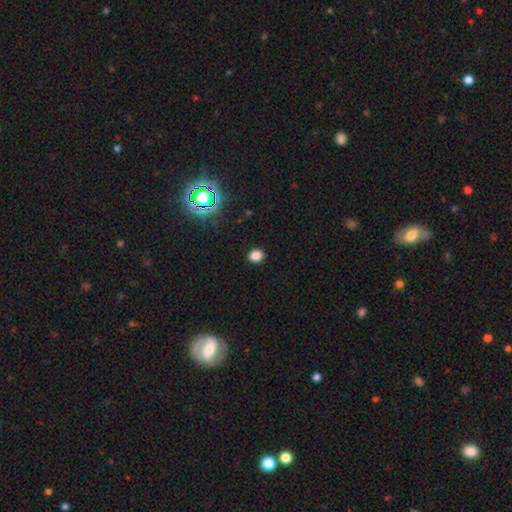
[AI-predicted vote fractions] A smooth galaxy with no disk features (83%) that is round (60%).

Vote fractions:
- Smooth or featured? smooth: 83% / star or artifact: 14% / featured or disk: 3%
- How rounded? round: 60% / in between: 39% / cigar-shaped: 1%
- Merging? none: 90% / minor disturbance: 7% / major disturbance: 2% / merger: 1%